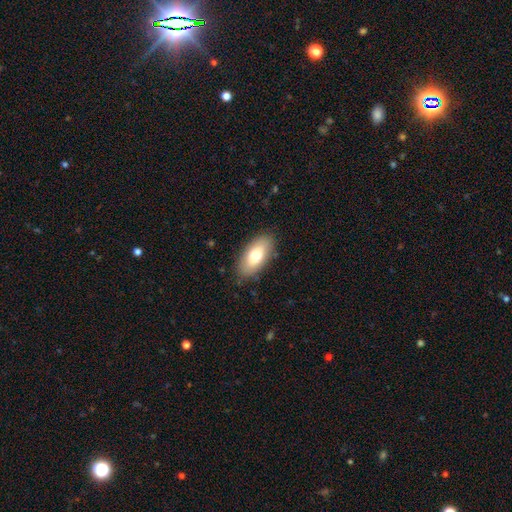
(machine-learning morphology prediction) The model was most divided on "smooth or featured": smooth: 73%, featured or disk: 20%, star or artifact: 6%. More confident: how rounded — in between (89%); merging — none (84%).